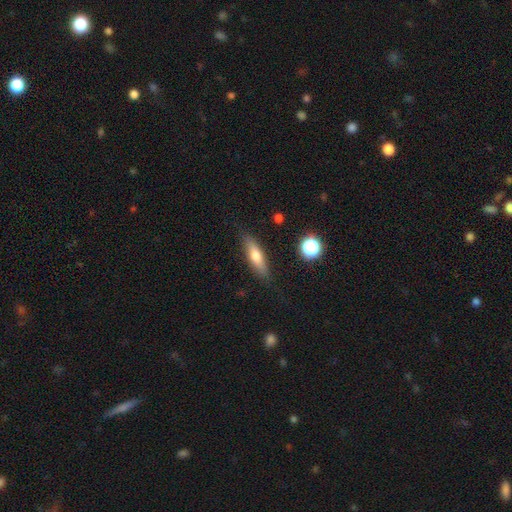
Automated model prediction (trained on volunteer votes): Smooth or featured? Predicted: smooth (p=0.64). How rounded? Predicted: cigar-shaped (p=0.62). Merging? Predicted: none (p=0.85).